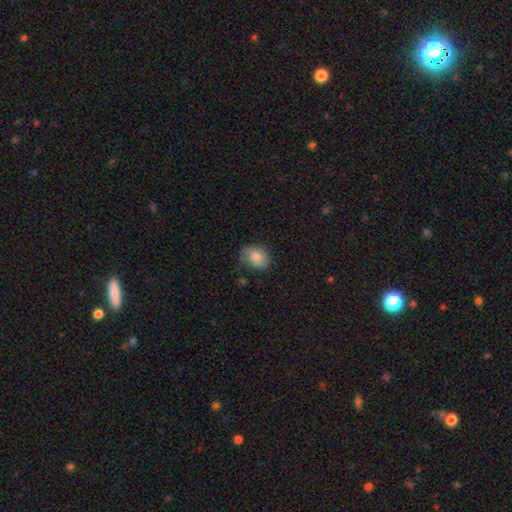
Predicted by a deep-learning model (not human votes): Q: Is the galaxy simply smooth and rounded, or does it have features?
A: smooth — 80%.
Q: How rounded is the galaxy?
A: in between — 64%.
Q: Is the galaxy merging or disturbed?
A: none — 63%.